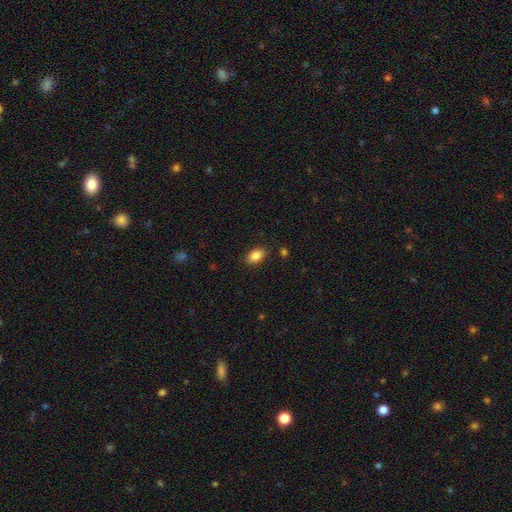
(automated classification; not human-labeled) Smooth or featured?
  - smooth: 87% *
  - star or artifact: 8%
  - featured or disk: 5%
How rounded?
  - in between: 87% *
  - round: 11%
  - cigar-shaped: 2%
Merging?
  - none: 86% *
  - minor disturbance: 10%
  - major disturbance: 3%
  - merger: 1%